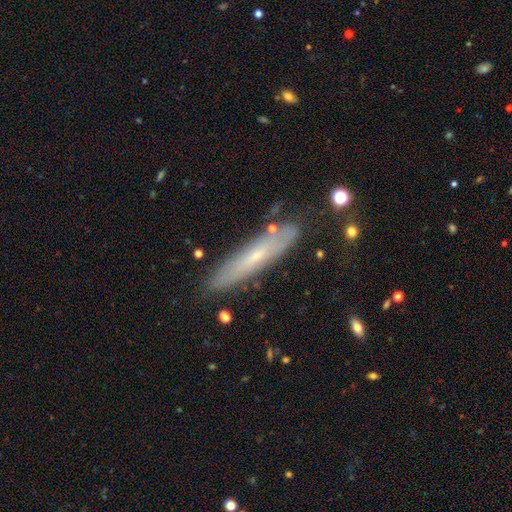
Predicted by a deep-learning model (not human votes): Q: Smooth or featured?
A: featured or disk (50%); runner-up: smooth (42%)
Q: Merging?
A: none (80%); runner-up: minor disturbance (14%)